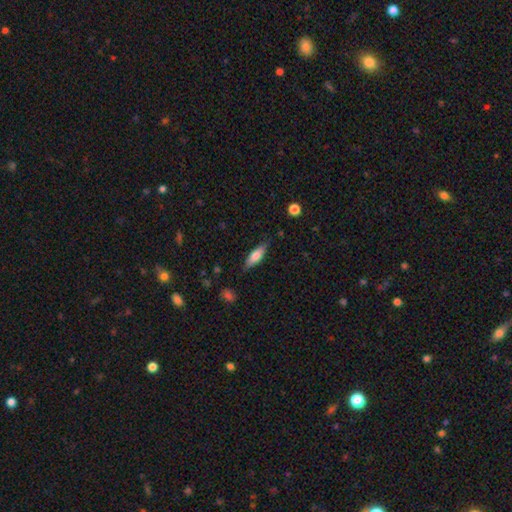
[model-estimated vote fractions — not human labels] smooth 67%, featured or disk 26%, star or artifact 6%. Down the decision tree: how rounded — in between (49%, tied with cigar-shaped); merging — none (79%).